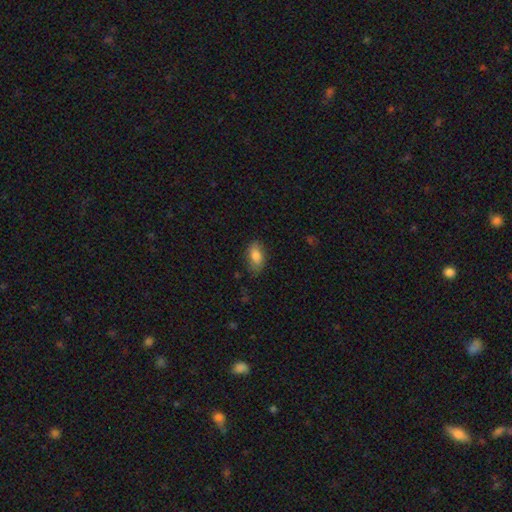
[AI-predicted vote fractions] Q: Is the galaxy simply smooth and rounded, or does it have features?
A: smooth — 80%.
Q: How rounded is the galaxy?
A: in between — 90%.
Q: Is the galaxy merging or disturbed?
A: none — 75%.